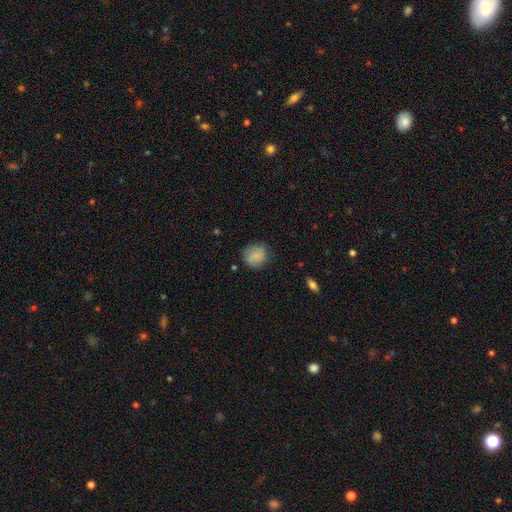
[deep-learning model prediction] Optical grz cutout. It shows a smooth galaxy with no disk features (83%) that is round (82%). Merging: none (79%).